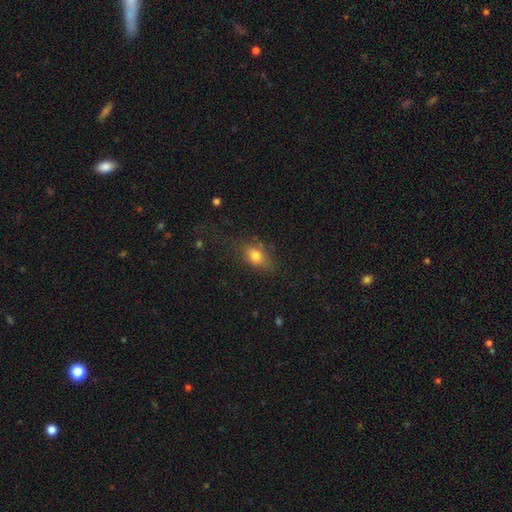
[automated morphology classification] type=smooth (77%); roundness=in between (76%); merging=none (65%).